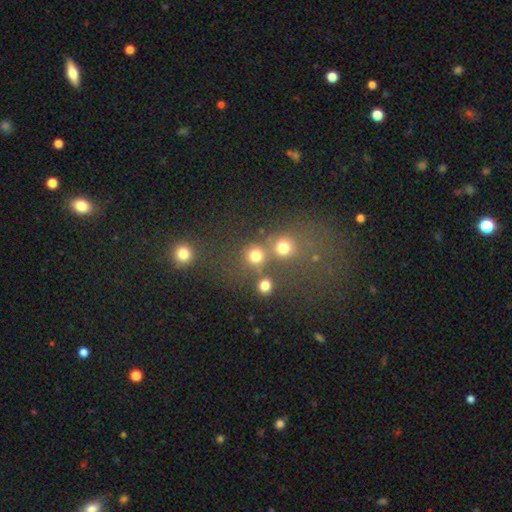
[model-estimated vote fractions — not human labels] Overall: smooth (77%). How rounded: round (90%). Merging: none (62%; merger 27%).